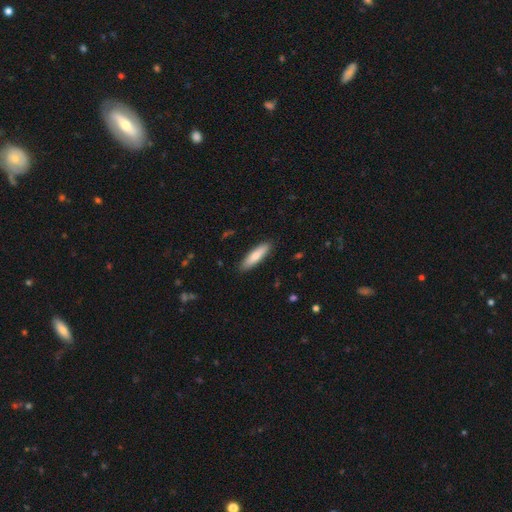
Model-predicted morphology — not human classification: smooth 76%, featured or disk 18%, star or artifact 5%. Down the decision tree: how rounded — cigar-shaped (68%); merging — none (89%).